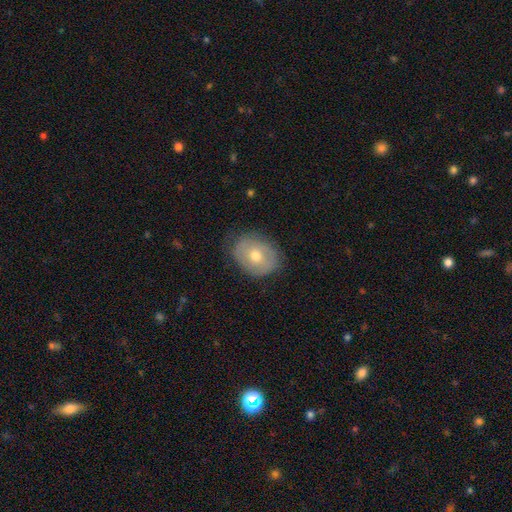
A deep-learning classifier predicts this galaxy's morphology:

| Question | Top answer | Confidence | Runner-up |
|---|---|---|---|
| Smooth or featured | smooth | 49% | featured or disk (43%) |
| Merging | none | 76% | minor disturbance (18%) |